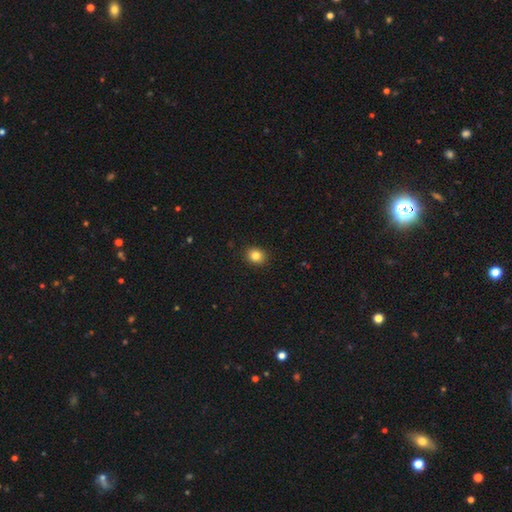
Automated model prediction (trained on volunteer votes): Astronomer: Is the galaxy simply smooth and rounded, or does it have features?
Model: smooth — 84%.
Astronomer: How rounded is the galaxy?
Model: round — 65%.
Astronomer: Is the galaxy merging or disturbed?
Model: none — 90%.